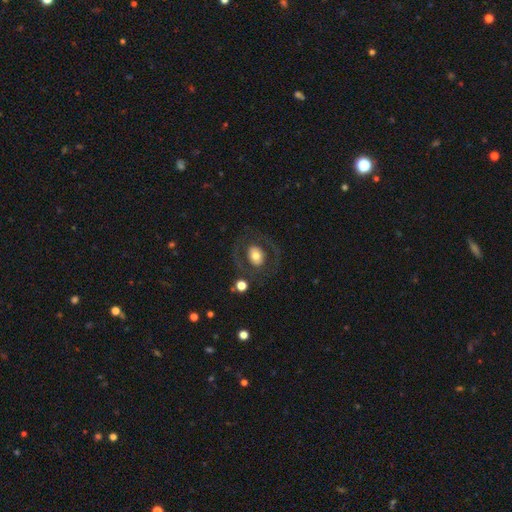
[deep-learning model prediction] The model was most divided on "smooth or featured": smooth: 50%, featured or disk: 43%, star or artifact: 8%. More confident: merging — none (75%).